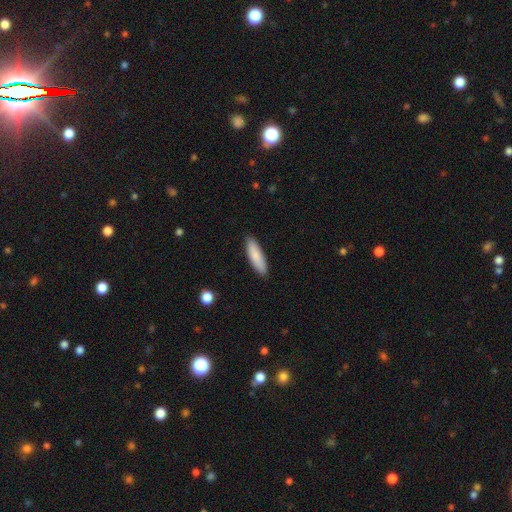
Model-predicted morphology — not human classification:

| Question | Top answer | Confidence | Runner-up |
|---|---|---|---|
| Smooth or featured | smooth | 86% | featured or disk (8%) |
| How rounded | cigar-shaped | 58% | in between (40%) |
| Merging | none | 89% | minor disturbance (8%) |